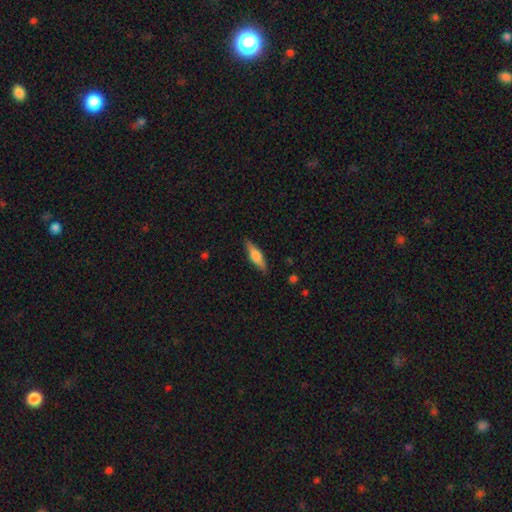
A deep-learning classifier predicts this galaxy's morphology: smooth_or_featured: smooth (p=0.58) [alt: featured or disk p=0.36]
how_rounded: cigar-shaped (p=0.60) [alt: in between p=0.37]
merging: none (p=0.87) [alt: minor disturbance p=0.10]